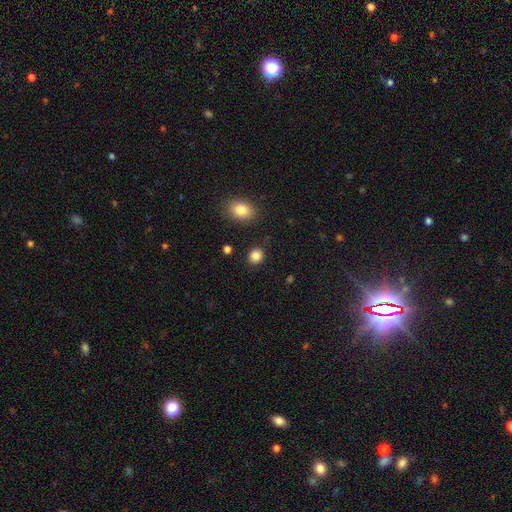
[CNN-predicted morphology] Smooth or featured?
  - smooth: 85% *
  - star or artifact: 10%
  - featured or disk: 4%
How rounded?
  - round: 67% *
  - in between: 32%
  - cigar-shaped: 1%
Merging?
  - none: 88% *
  - minor disturbance: 8%
  - major disturbance: 3%
  - merger: 2%